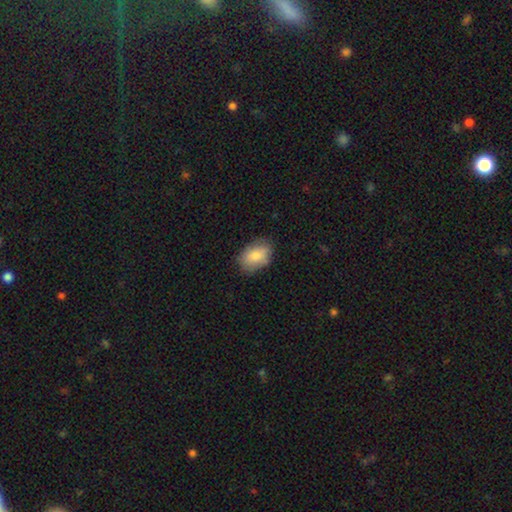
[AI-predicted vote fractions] The model was most divided on "merging": none: 77%, minor disturbance: 18%, major disturbance: 4%, merger: 1%. More confident: how rounded — in between (84%); smooth or featured — smooth (83%).